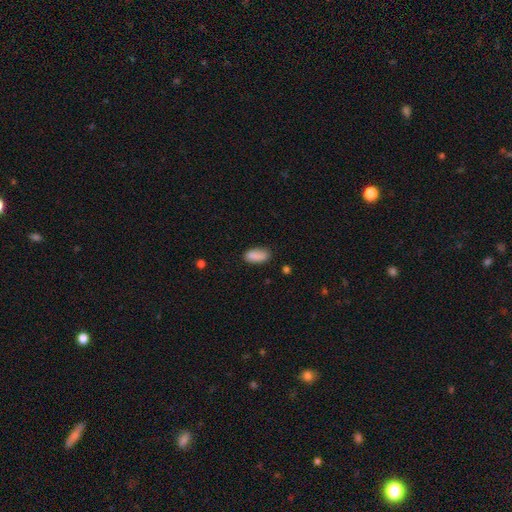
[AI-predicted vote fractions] smooth 87%, star or artifact 8%, featured or disk 5%. Down the decision tree: how rounded — in between (88%); merging — none (76%).